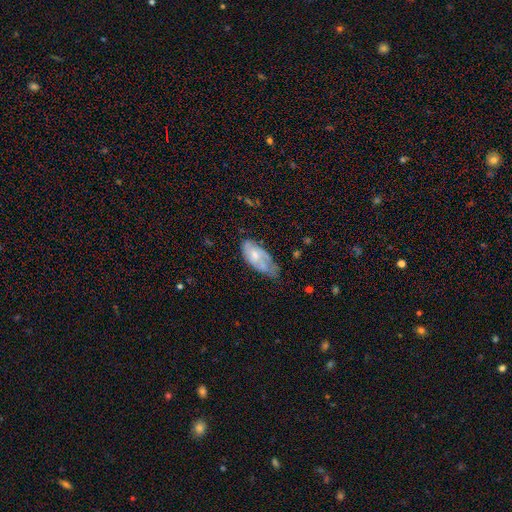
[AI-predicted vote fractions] Smooth or featured? smooth (48%)
Merging? minor disturbance (40%)